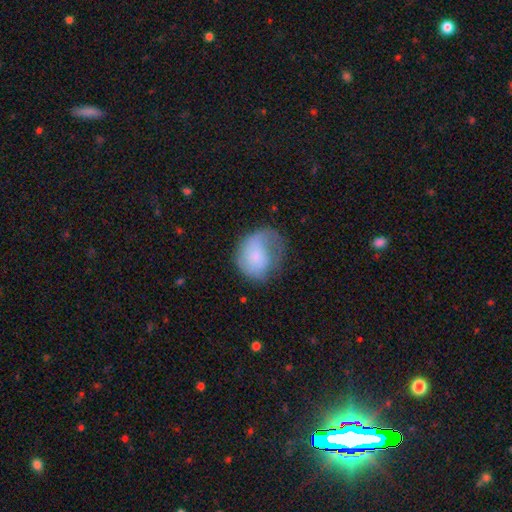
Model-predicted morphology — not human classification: This appears to be a smooth galaxy with no disk features (63%) that is round (57%). Merging: major disturbance (36%).